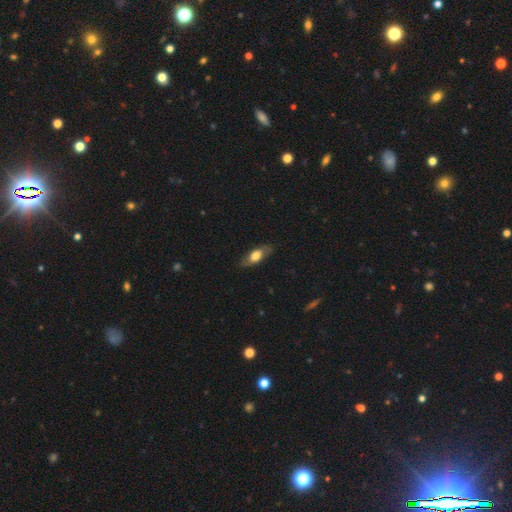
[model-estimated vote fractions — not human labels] This appears to be a smooth galaxy with no disk features (57%) that is in between round and cigar-shaped (76%). Merging: none (78%).